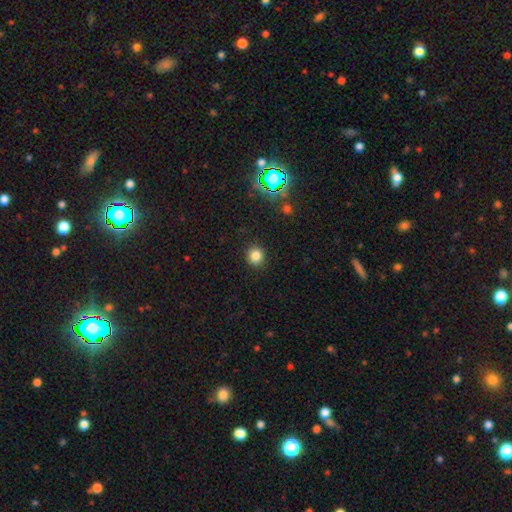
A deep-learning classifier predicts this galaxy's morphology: Smooth or featured: smooth — 81% (star or artifact — 14%)
How rounded: round — 86% (in between — 13%)
Merging: none — 90% (minor disturbance — 6%)